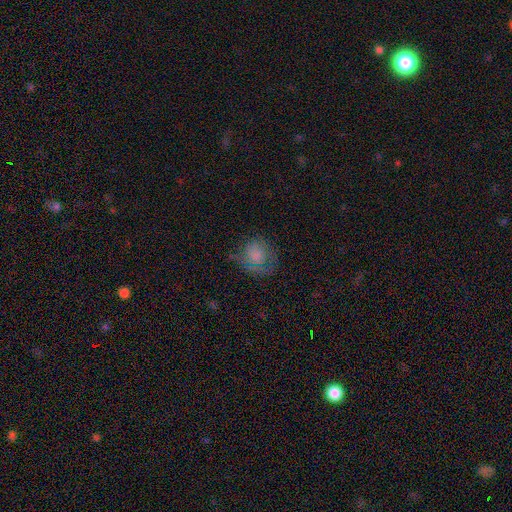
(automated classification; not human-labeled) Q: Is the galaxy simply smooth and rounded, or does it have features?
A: smooth — 61%.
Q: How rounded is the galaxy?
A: round — 77%.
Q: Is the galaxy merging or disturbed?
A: none — 56%.